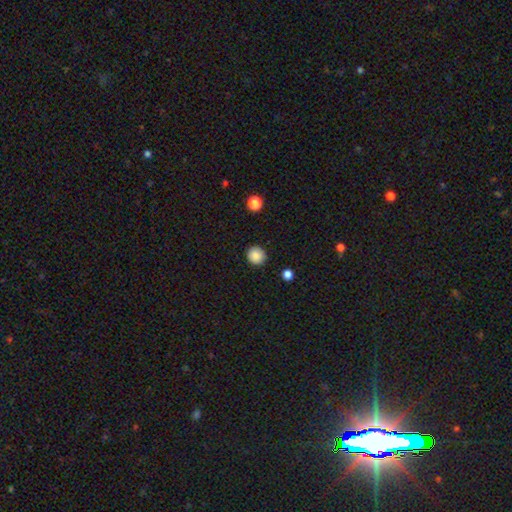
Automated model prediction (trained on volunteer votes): Q: Smooth or featured?
A: smooth (87%); runner-up: star or artifact (9%)
Q: How rounded?
A: round (92%); runner-up: in between (7%)
Q: Merging?
A: none (90%); runner-up: minor disturbance (6%)